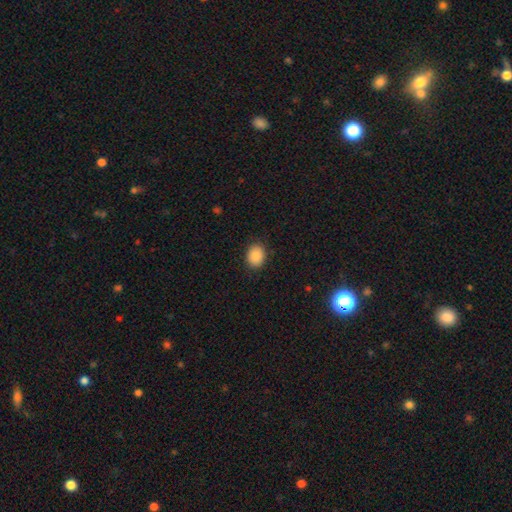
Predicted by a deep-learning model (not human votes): Morphology: type=smooth (88%); roundness=in between (52%); merging=none (87%).